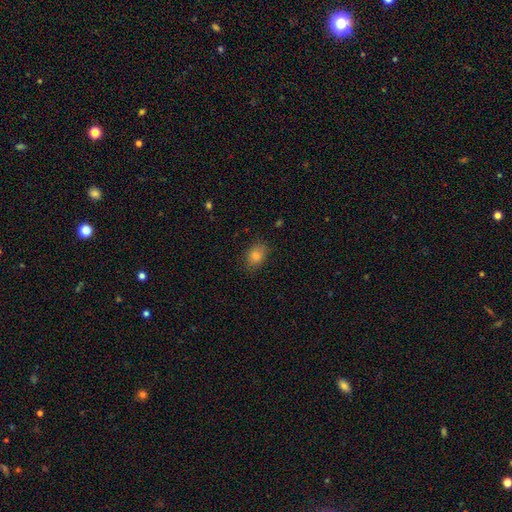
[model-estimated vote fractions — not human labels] smooth_or_featured: smooth (p=0.78) [alt: star or artifact p=0.13]
how_rounded: in between (p=0.68) [alt: round p=0.30]
merging: none (p=0.82) [alt: minor disturbance p=0.14]